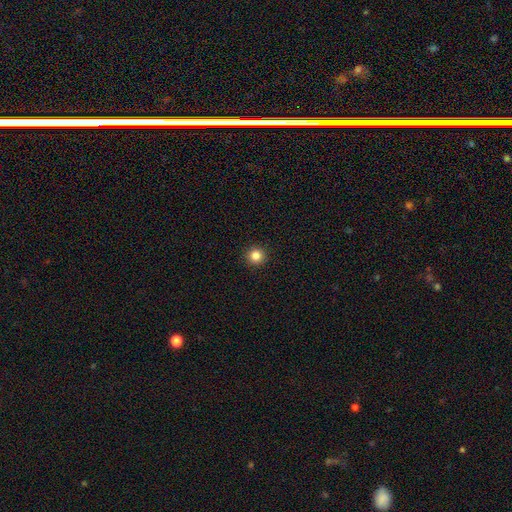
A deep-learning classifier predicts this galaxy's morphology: smooth_or_featured: smooth (p=0.85) [alt: star or artifact p=0.11]
how_rounded: round (p=0.95) [alt: in between p=0.04]
merging: none (p=0.93) [alt: minor disturbance p=0.04]